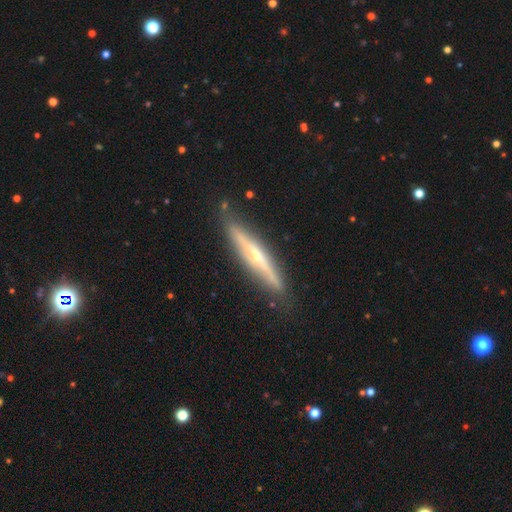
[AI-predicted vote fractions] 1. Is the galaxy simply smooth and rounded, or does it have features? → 74% featured or disk, 20% smooth, 6% star or artifact.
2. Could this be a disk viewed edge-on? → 94% yes, 6% no.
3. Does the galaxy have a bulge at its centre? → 79% rounded, 17% none, 4% boxy.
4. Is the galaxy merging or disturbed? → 83% none, 13% minor disturbance, 2% major disturbance, 2% merger.